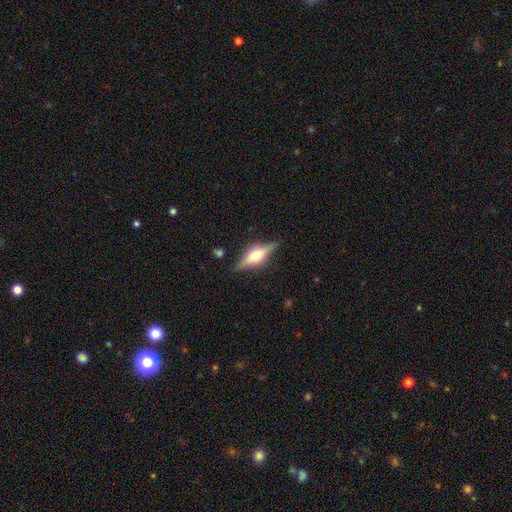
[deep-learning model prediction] smooth-or-featured: featured or disk: 69% | smooth: 25% | star or artifact: 7%
  disk-edge-on: yes: 96% | no: 4%
    edge-on-bulge: rounded: 88% | boxy: 10% | none: 2%
  merging: none: 84% | minor disturbance: 11% | major disturbance: 3% | merger: 2%